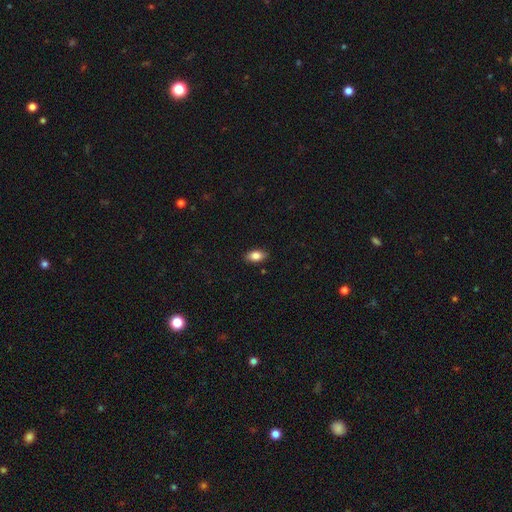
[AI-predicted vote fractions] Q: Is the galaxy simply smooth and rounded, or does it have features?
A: smooth — 84%.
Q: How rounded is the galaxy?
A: in between — 91%.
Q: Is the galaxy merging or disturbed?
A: none — 88%.